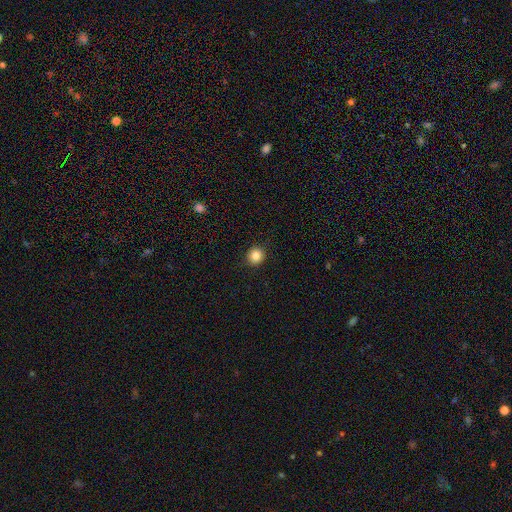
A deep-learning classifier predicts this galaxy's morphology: Smooth or featured?
  - smooth: 85% *
  - star or artifact: 10%
  - featured or disk: 4%
How rounded?
  - round: 91% *
  - in between: 8%
  - cigar-shaped: 1%
Merging?
  - none: 91% *
  - minor disturbance: 6%
  - major disturbance: 2%
  - merger: 1%